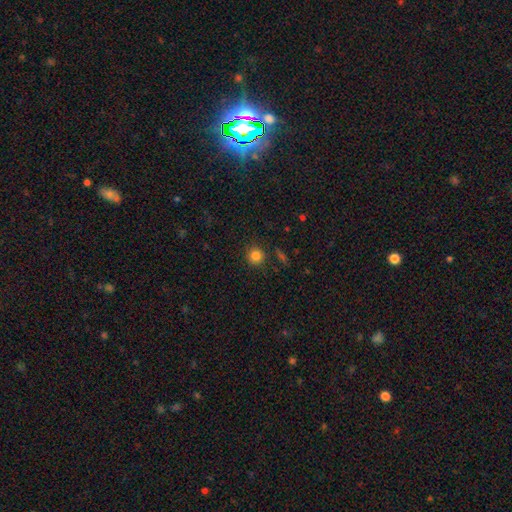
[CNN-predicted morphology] Smooth or featured?
  - smooth: 82% *
  - star or artifact: 12%
  - featured or disk: 5%
How rounded?
  - round: 92% *
  - in between: 7%
  - cigar-shaped: 1%
Merging?
  - none: 87% *
  - minor disturbance: 8%
  - major disturbance: 3%
  - merger: 2%